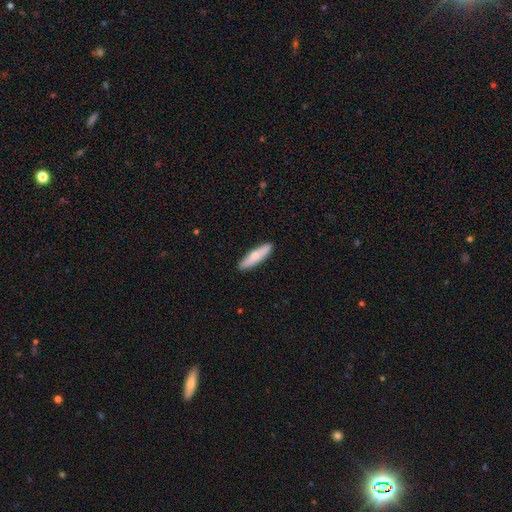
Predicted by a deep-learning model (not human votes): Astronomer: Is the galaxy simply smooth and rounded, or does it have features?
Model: smooth — 69%.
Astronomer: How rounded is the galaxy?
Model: cigar-shaped — 77%.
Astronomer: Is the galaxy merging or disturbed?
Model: none — 90%.